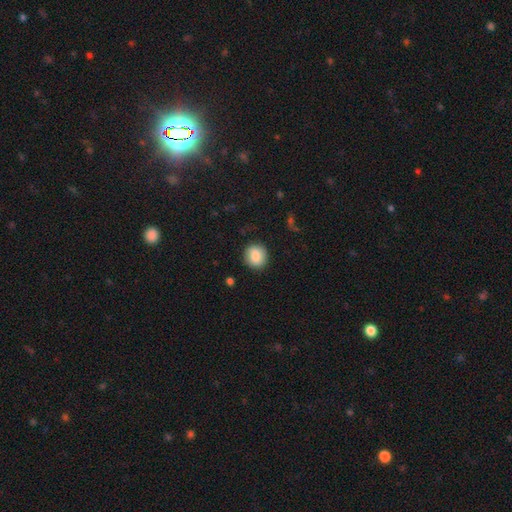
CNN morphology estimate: Smooth or featured: smooth — 86% (star or artifact — 8%)
How rounded: round — 85% (in between — 14%)
Merging: none — 88% (minor disturbance — 9%)